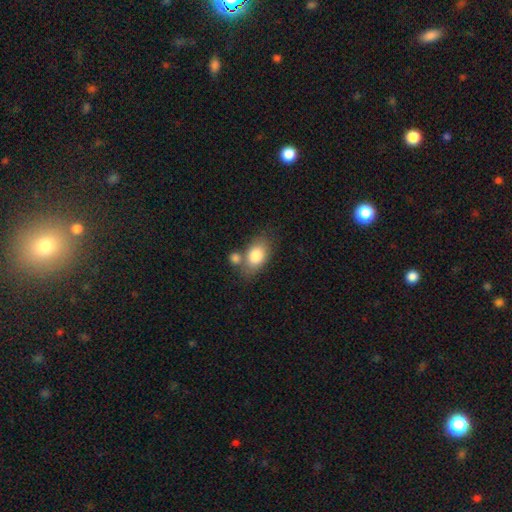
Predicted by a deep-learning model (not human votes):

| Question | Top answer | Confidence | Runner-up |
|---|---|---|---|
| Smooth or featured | smooth | 82% | featured or disk (11%) |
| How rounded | in between | 84% | round (14%) |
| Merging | none | 51% | merger (28%) |